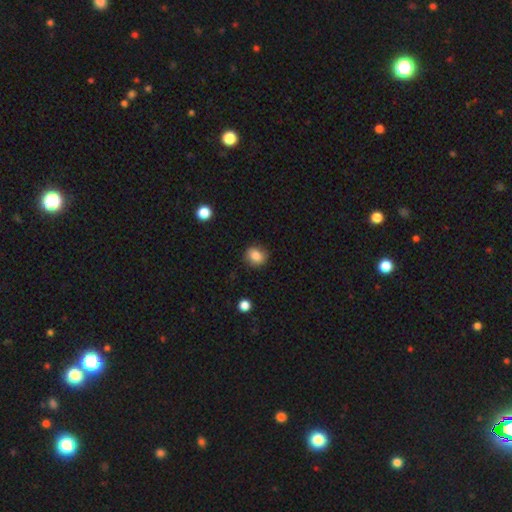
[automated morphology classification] smooth-or-featured: smooth: 84% | star or artifact: 9% | featured or disk: 7%
  how-rounded: round: 65% | in between: 34% | cigar-shaped: 1%
  merging: none: 82% | minor disturbance: 13% | major disturbance: 3% | merger: 1%